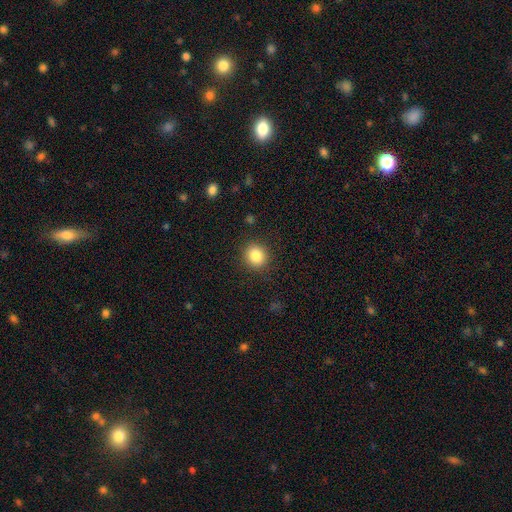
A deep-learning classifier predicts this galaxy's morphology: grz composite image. It shows a smooth galaxy with no disk features (85%) that is round (84%). Merging: none (89%).